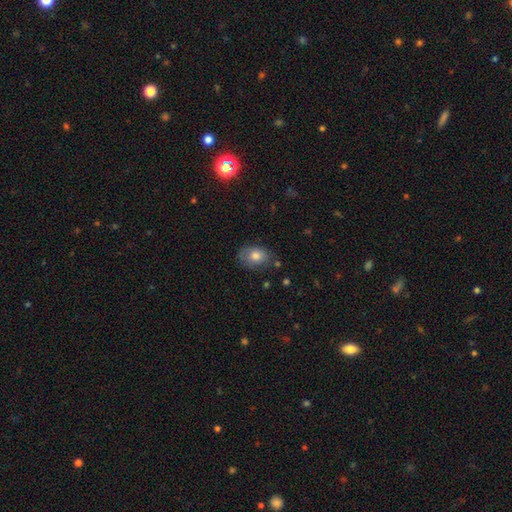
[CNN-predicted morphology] type=smooth (79%); roundness=in between (70%); merging=none (70%).